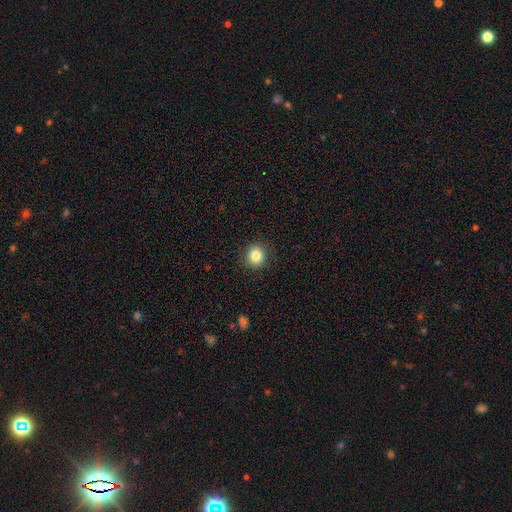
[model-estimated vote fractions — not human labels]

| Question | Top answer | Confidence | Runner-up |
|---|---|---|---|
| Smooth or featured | smooth | 84% | star or artifact (10%) |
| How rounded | round | 90% | in between (9%) |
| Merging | none | 91% | minor disturbance (6%) |